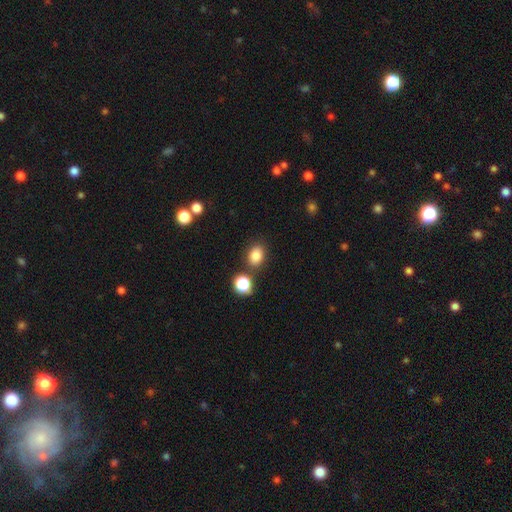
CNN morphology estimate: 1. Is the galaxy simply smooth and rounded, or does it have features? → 83% smooth, 12% star or artifact, 6% featured or disk.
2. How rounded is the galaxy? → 60% in between, 39% round, 1% cigar-shaped.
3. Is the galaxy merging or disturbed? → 79% none, 10% minor disturbance, 8% merger, 3% major disturbance.